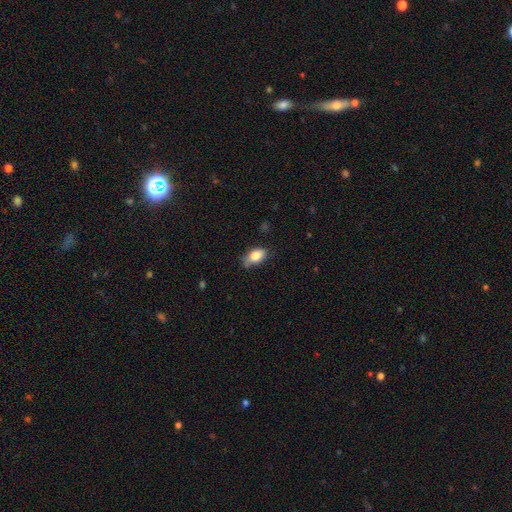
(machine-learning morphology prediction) The model was most divided on "merging": none: 59%, minor disturbance: 32%, major disturbance: 6%, merger: 3%. More confident: how rounded — in between (90%); smooth or featured — smooth (81%).